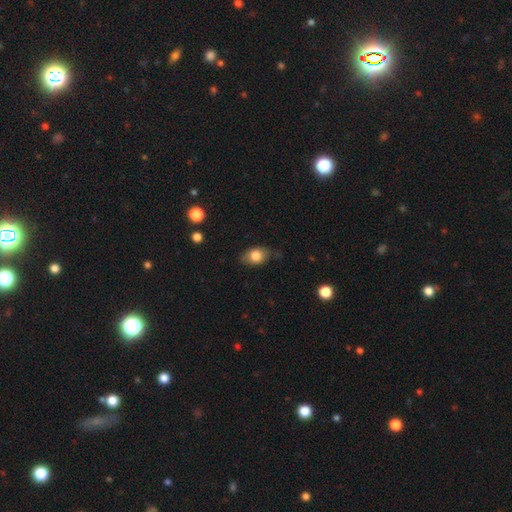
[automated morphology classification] type=smooth (78%); roundness=in between (75%); merging=none (68%).